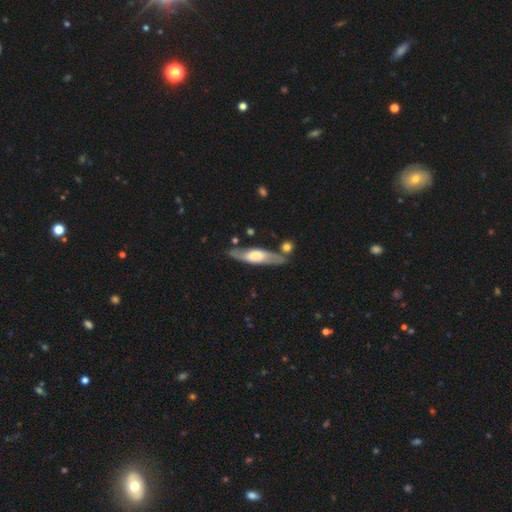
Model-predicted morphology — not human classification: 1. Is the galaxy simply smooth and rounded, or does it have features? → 58% featured or disk, 37% smooth, 5% star or artifact.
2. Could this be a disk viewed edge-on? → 68% yes, 32% no.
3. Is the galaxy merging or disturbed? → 74% none, 14% minor disturbance, 8% merger, 4% major disturbance.